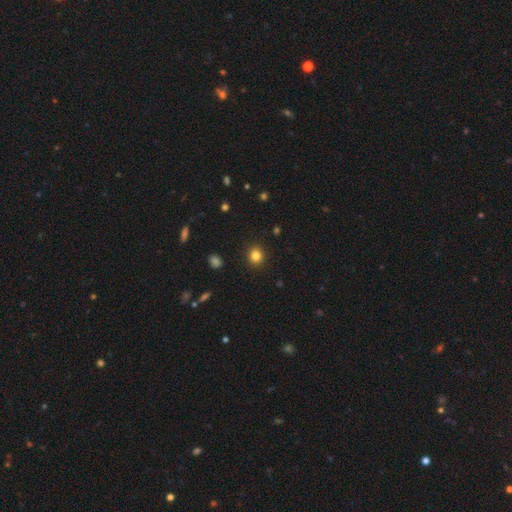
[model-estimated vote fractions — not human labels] Smooth or featured?
  - smooth: 83% *
  - star or artifact: 12%
  - featured or disk: 5%
How rounded?
  - round: 82% *
  - in between: 17%
  - cigar-shaped: 1%
Merging?
  - none: 91% *
  - minor disturbance: 6%
  - major disturbance: 2%
  - merger: 1%